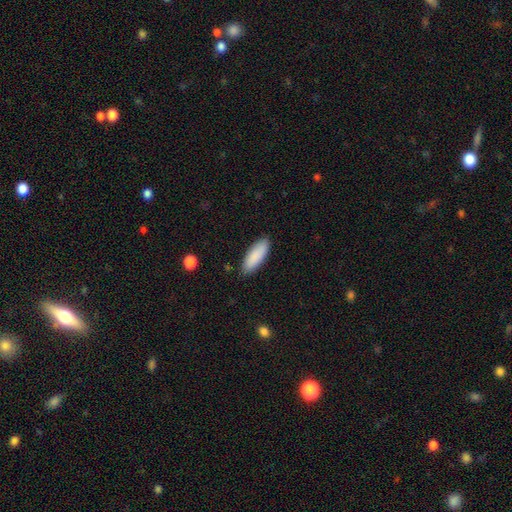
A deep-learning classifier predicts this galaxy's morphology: Q: Smooth or featured?
A: smooth (88%); runner-up: featured or disk (6%)
Q: How rounded?
A: in between (67%); runner-up: cigar-shaped (31%)
Q: Merging?
A: none (87%); runner-up: minor disturbance (10%)